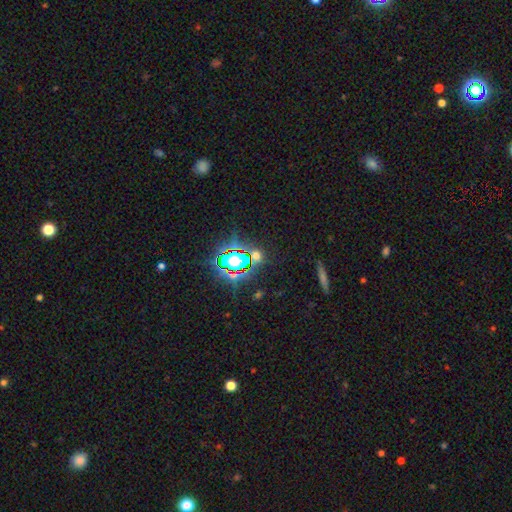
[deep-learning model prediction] Smooth or featured? Predicted: star or artifact (p=0.64).